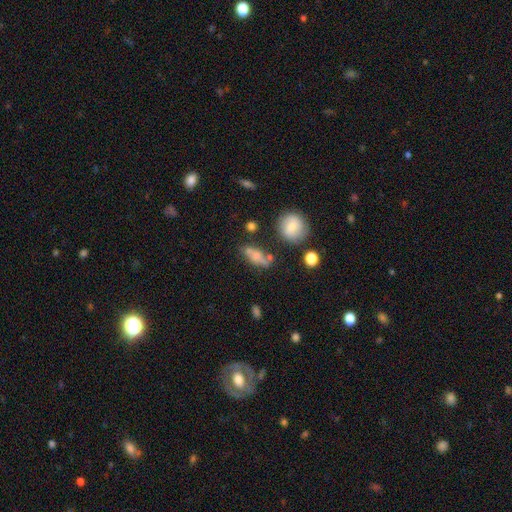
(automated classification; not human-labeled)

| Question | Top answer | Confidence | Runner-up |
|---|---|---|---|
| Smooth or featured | smooth | 62% | featured or disk (27%) |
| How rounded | in between | 61% | cigar-shaped (28%) |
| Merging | none | 50% | minor disturbance (22%) |